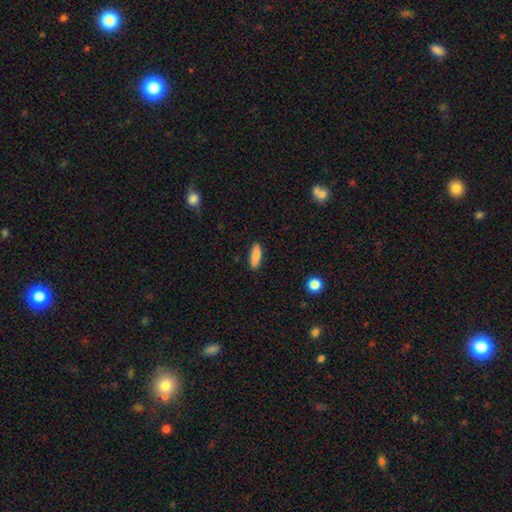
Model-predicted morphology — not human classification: Q: Smooth or featured?
A: smooth (84%); runner-up: featured or disk (10%)
Q: How rounded?
A: in between (50%); runner-up: cigar-shaped (48%)
Q: Merging?
A: none (89%); runner-up: minor disturbance (8%)